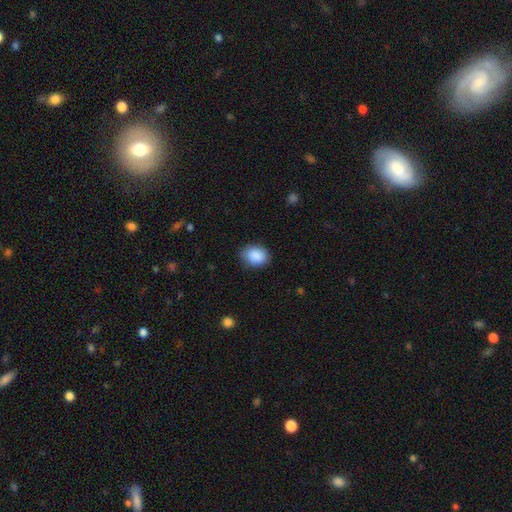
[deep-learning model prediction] smooth-or-featured: smooth: 89% | star or artifact: 7% | featured or disk: 4%
  how-rounded: in between: 55% | round: 44% | cigar-shaped: 1%
  merging: none: 81% | minor disturbance: 15% | major disturbance: 3% | merger: 1%